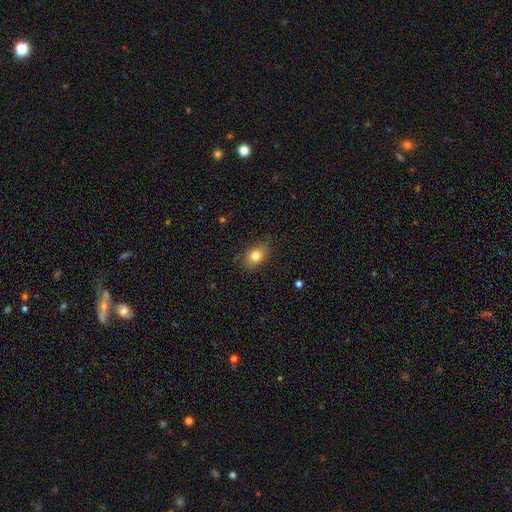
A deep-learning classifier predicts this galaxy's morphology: smooth 78%, featured or disk 12%, star or artifact 10%. Down the decision tree: how rounded — in between (74%); merging — none (75%).